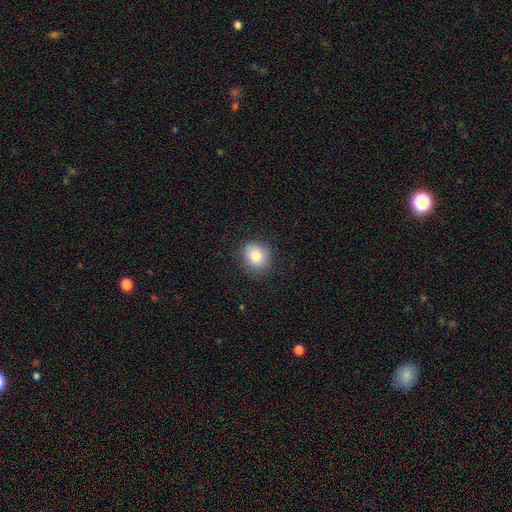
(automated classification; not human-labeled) A smooth galaxy with no disk features (84%) that is round (71%).

Vote fractions:
- Smooth or featured? smooth: 84% / star or artifact: 9% / featured or disk: 7%
- How rounded? round: 71% / in between: 28% / cigar-shaped: 1%
- Merging? none: 86% / minor disturbance: 10% / major disturbance: 3% / merger: 1%